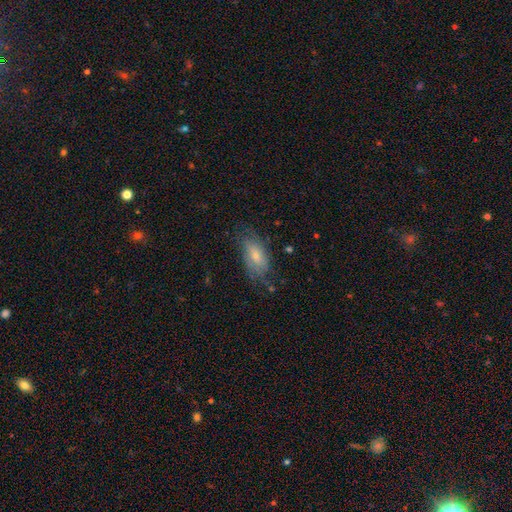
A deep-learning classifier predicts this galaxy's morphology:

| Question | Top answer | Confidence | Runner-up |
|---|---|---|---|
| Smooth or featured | smooth | 61% | featured or disk (31%) |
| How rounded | in between | 88% | cigar-shaped (8%) |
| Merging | none | 59% | minor disturbance (28%) |